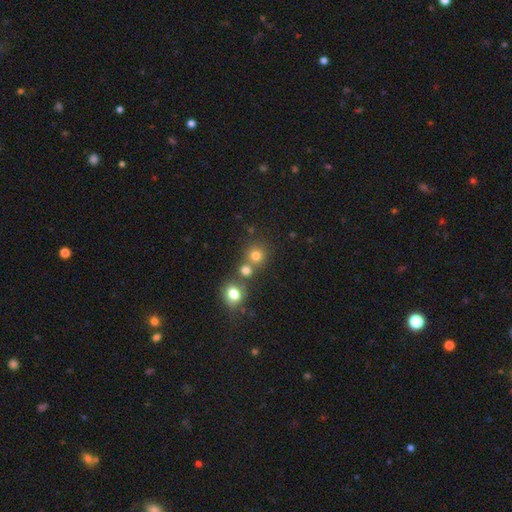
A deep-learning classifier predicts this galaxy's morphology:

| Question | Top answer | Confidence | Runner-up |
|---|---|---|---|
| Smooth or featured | smooth | 74% | star or artifact (17%) |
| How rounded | round | 87% | in between (12%) |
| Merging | none | 61% | merger (29%) |